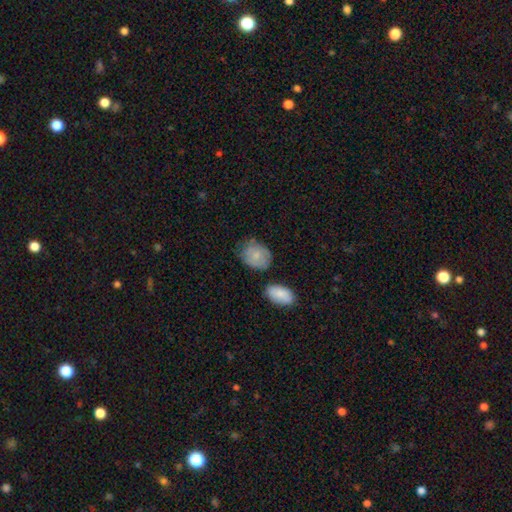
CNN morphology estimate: Smooth or featured? smooth (78%)
How rounded? in between (55%)
Merging? none (61%)